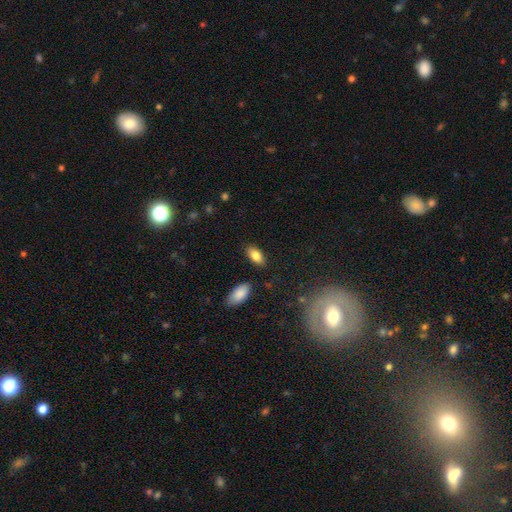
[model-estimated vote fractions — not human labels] Overall: smooth (83%). How rounded: in between (91%). Merging: none (86%).